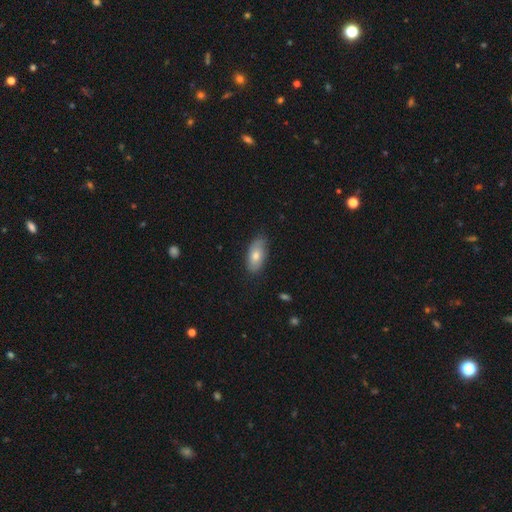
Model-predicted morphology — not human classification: Smooth or featured? smooth (70%)
How rounded? in between (89%)
Merging? none (79%)